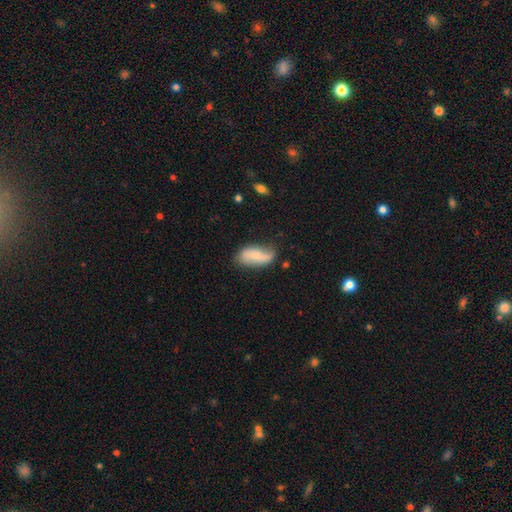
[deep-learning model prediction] Q: Smooth or featured?
A: smooth (55%); runner-up: featured or disk (38%)
Q: How rounded?
A: in between (86%); runner-up: cigar-shaped (10%)
Q: Merging?
A: none (59%); runner-up: minor disturbance (30%)